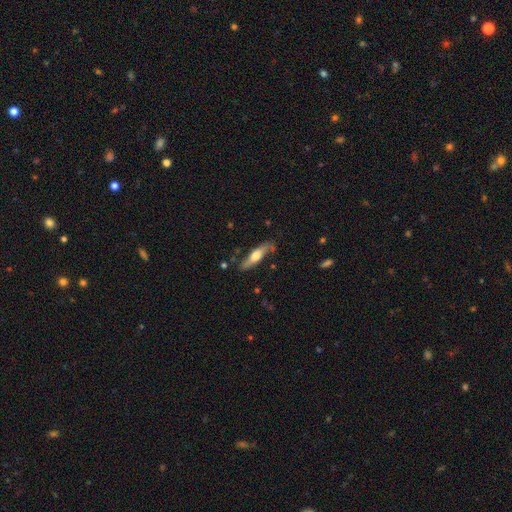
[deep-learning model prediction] This appears to be a featured or disk galaxy (49%). Merging: none (75%).